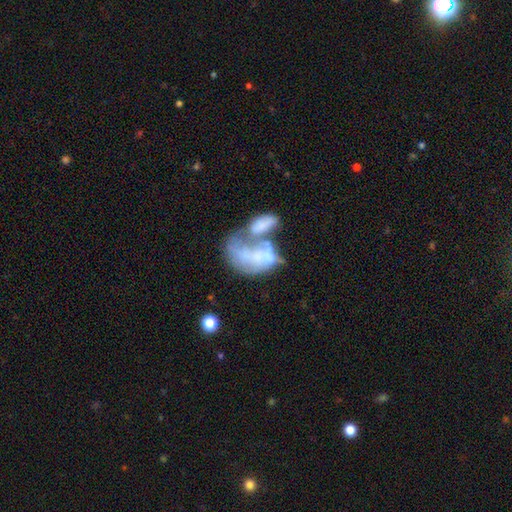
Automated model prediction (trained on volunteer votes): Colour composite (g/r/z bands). It shows a featured or disk galaxy (55%) with no bar (89%), no spiral arms (85%) and no central bulge (61%). Merging: merger (54%).